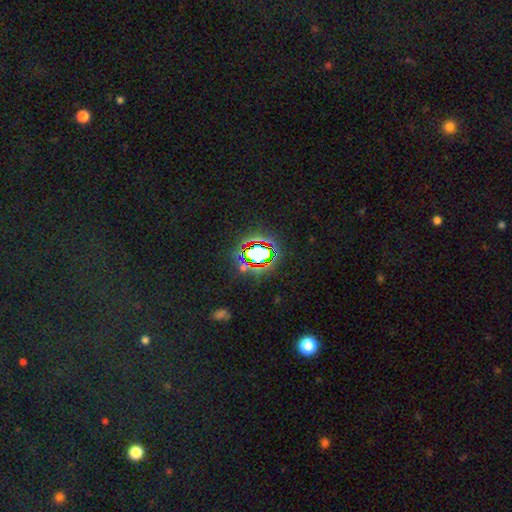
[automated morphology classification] Smooth or featured: star or artifact — 65% (smooth — 22%)